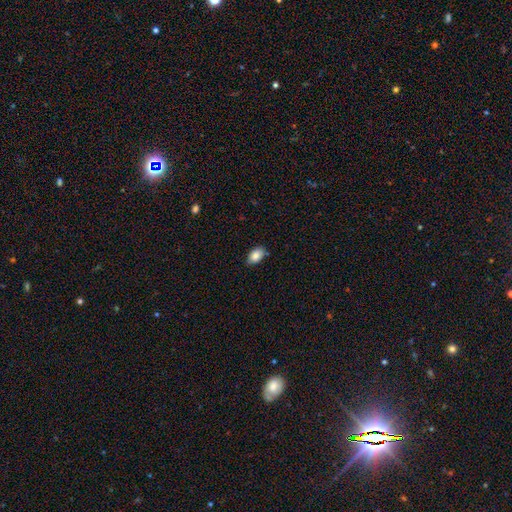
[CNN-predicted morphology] The model was most divided on "merging": none: 76%, minor disturbance: 19%, major disturbance: 3%, merger: 2%. More confident: how rounded — in between (90%); smooth or featured — smooth (86%).